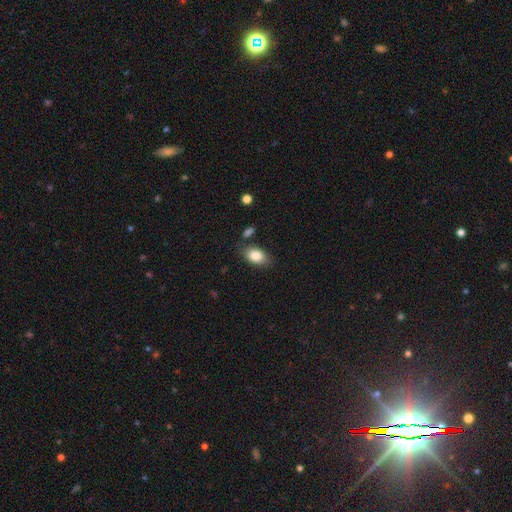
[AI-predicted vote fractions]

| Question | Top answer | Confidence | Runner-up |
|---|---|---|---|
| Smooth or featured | smooth | 83% | featured or disk (9%) |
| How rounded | in between | 90% | round (9%) |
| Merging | none | 78% | minor disturbance (14%) |